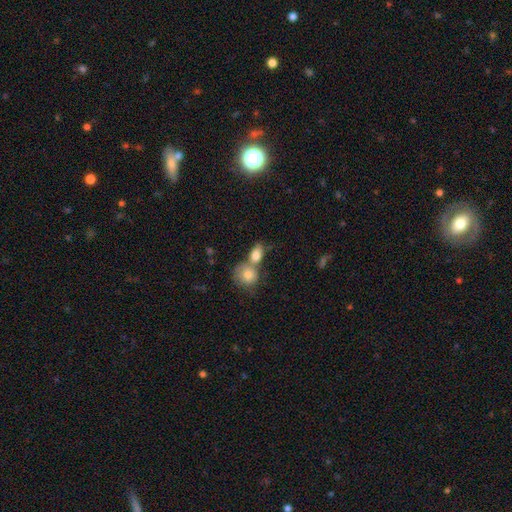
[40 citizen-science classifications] This appears to be a smooth galaxy with no disk features (90%) that is in between round and cigar-shaped (94%). Merging: merger (65%).